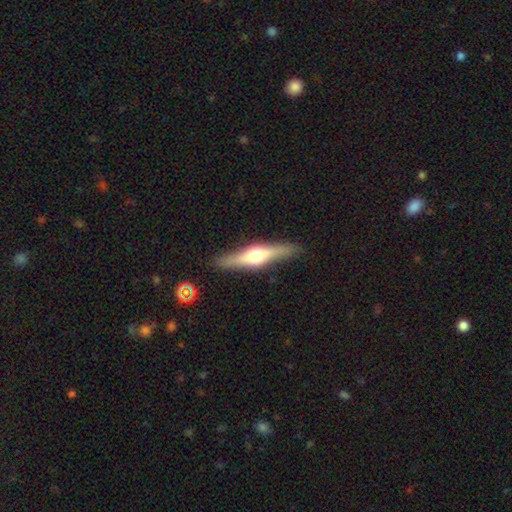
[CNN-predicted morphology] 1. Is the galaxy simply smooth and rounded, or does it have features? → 68% featured or disk, 26% smooth, 6% star or artifact.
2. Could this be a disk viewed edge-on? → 96% yes, 4% no.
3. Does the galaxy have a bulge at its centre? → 93% rounded, 5% boxy, 2% none.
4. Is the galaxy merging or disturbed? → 89% none, 8% minor disturbance, 2% major disturbance, 1% merger.